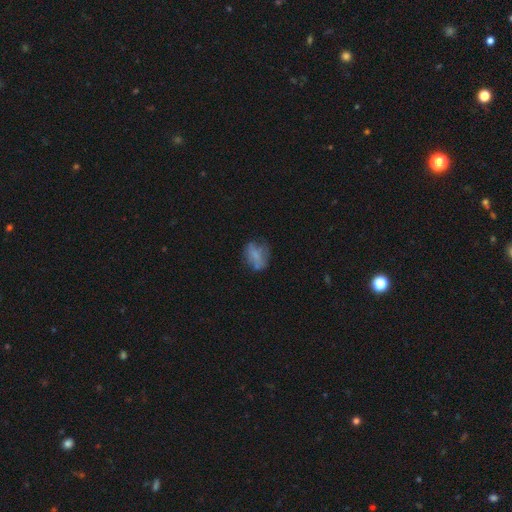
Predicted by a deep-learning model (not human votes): Smooth or featured: smooth — 60% (featured or disk — 28%)
How rounded: in between — 68% (round — 29%)
Merging: none — 52% (minor disturbance — 28%)